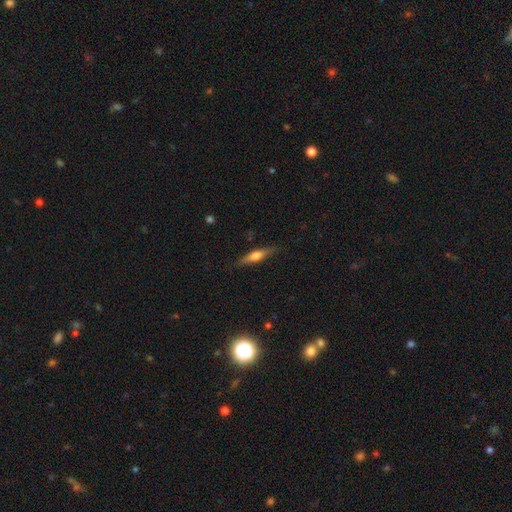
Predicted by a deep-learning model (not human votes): featured or disk 51%, smooth 43%, star or artifact 6%. Down the decision tree: edge-on disk — yes (94%); merging — none (85%).